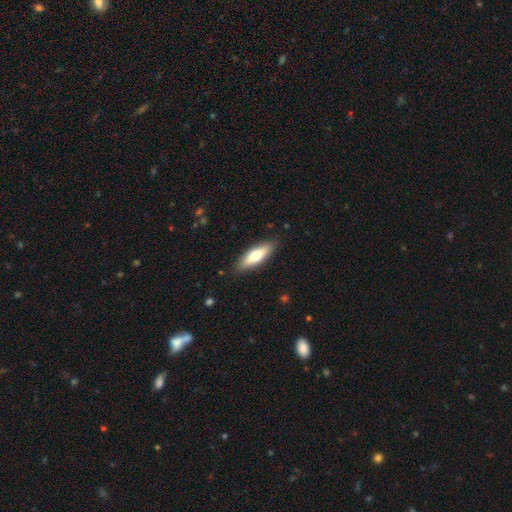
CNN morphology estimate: Smooth or featured: smooth — 62% (featured or disk — 33%)
How rounded: in between — 53% (cigar-shaped — 45%)
Merging: none — 87% (minor disturbance — 10%)